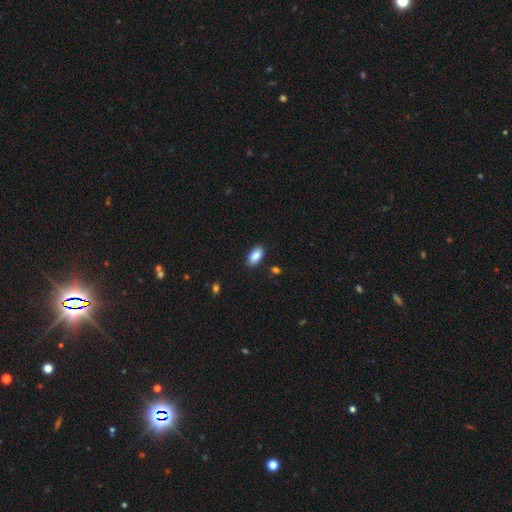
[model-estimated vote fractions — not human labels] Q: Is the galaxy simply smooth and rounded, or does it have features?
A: smooth — 88%.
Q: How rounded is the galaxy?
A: in between — 92%.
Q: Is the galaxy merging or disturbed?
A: none — 87%.